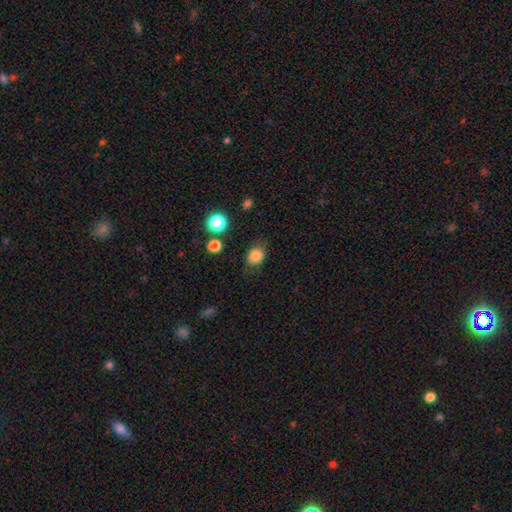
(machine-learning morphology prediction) Smooth or featured? Predicted: smooth (p=0.82). How rounded? Predicted: round (p=0.52). Merging? Predicted: none (p=0.69).